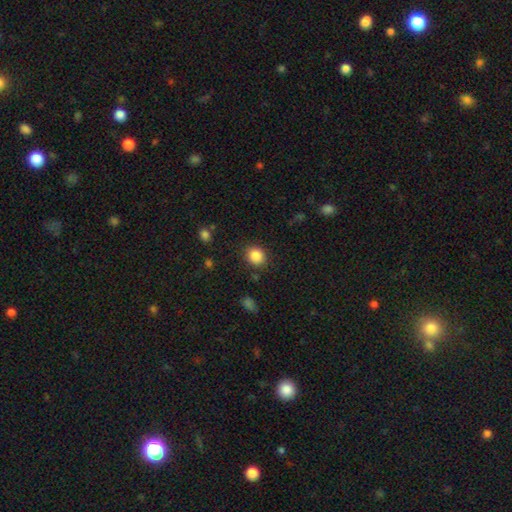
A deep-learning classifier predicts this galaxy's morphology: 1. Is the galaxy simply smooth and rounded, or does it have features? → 86% smooth, 10% star or artifact, 4% featured or disk.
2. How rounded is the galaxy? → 79% round, 20% in between, 1% cigar-shaped.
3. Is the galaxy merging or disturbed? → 87% none, 8% minor disturbance, 3% major disturbance, 2% merger.